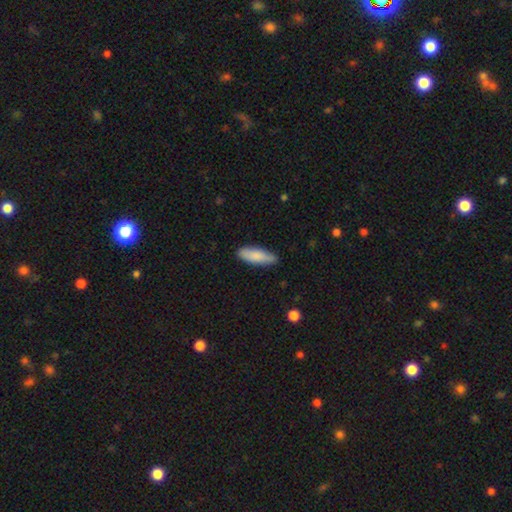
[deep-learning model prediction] Q: Smooth or featured?
A: smooth (84%); runner-up: featured or disk (10%)
Q: How rounded?
A: in between (53%); runner-up: cigar-shaped (45%)
Q: Merging?
A: none (81%); runner-up: minor disturbance (16%)